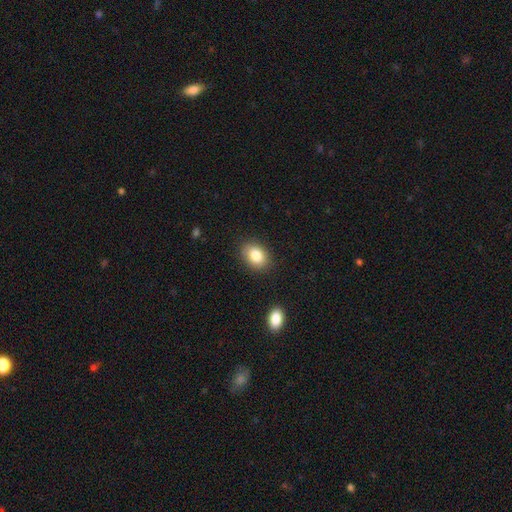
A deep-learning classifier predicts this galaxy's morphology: A smooth galaxy with no disk features (84%) that is in between round and cigar-shaped (73%). Merging: none (86%).